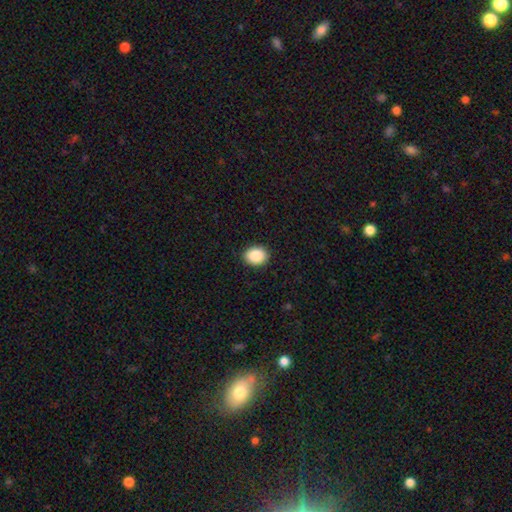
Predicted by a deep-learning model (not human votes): A smooth galaxy with no disk features (89%) that is in between round and cigar-shaped (51%). Merging: none (90%).